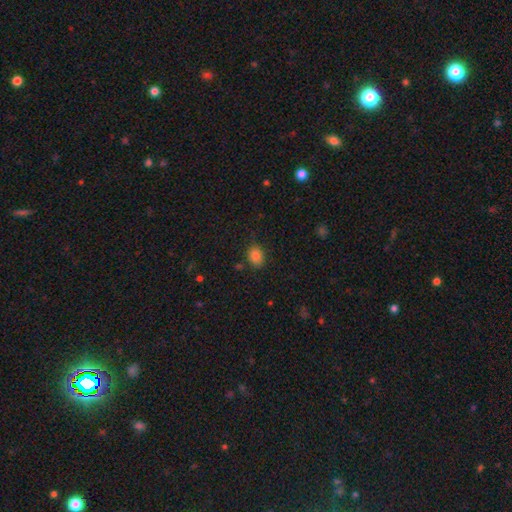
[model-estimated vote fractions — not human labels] The model was most divided on "how rounded": in between: 66%, round: 33%, cigar-shaped: 1%. More confident: smooth or featured — smooth (83%); merging — none (80%).